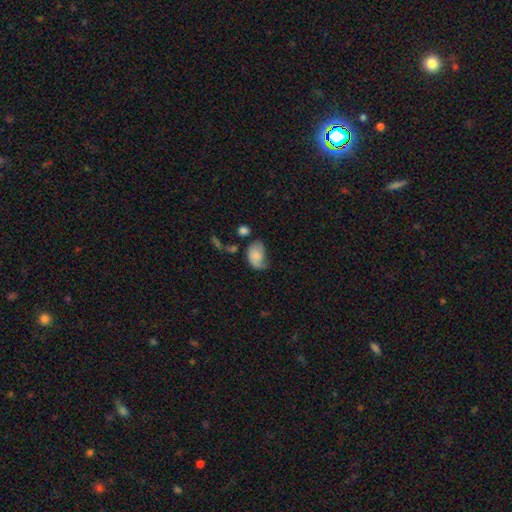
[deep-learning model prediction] Overall: smooth (69%). How rounded: in between (86%). Merging: minor disturbance (36%; none 32%).